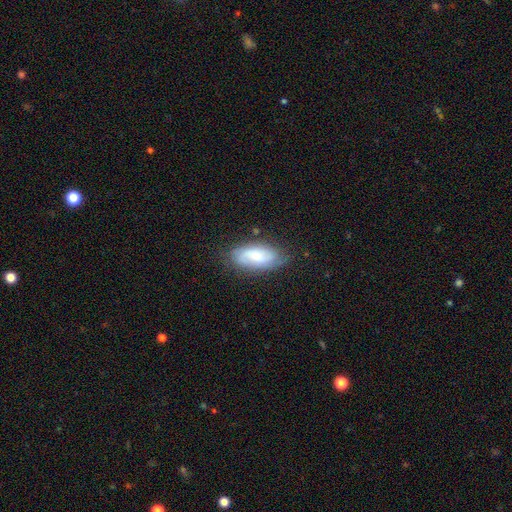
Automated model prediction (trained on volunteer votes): smooth 51%, featured or disk 41%, star or artifact 8%. Down the decision tree: how rounded — in between (84%); merging — none (74%).